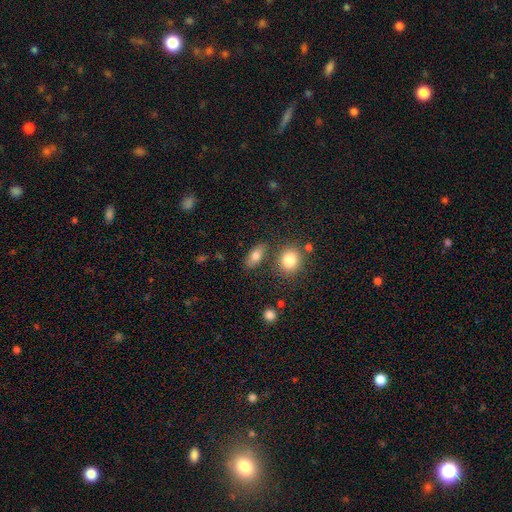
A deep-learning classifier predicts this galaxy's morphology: smooth_or_featured: smooth (p=0.79) [alt: featured or disk p=0.12]
how_rounded: in between (p=0.83) [alt: round p=0.09]
merging: none (p=0.78) [alt: minor disturbance p=0.11]